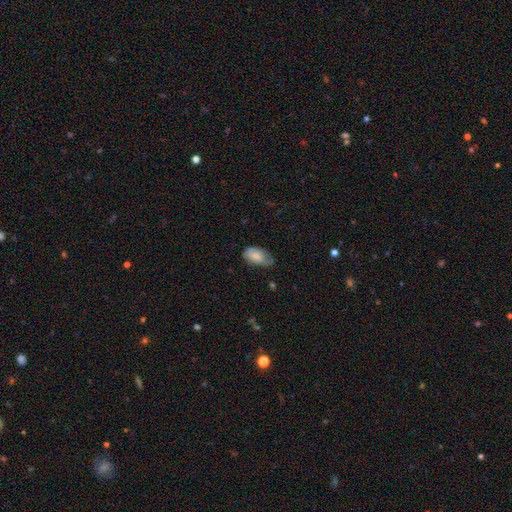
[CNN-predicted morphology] smooth_or_featured: smooth (p=0.78) [alt: featured or disk p=0.15]
how_rounded: in between (p=0.93) [alt: round p=0.05]
merging: none (p=0.44) [alt: minor disturbance p=0.42]